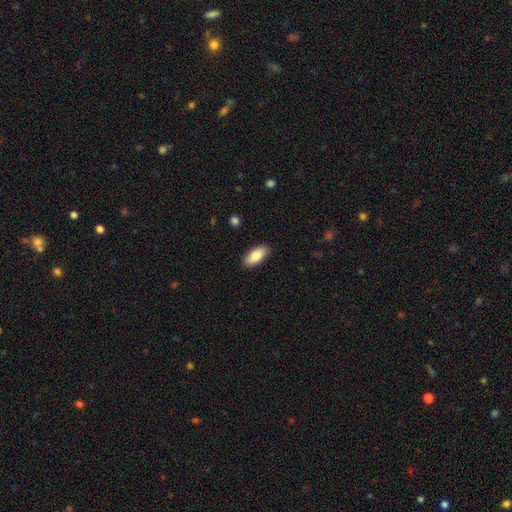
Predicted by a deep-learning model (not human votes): Smooth or featured: smooth — 84% (featured or disk — 10%)
How rounded: in between — 89% (cigar-shaped — 9%)
Merging: none — 89% (minor disturbance — 8%)